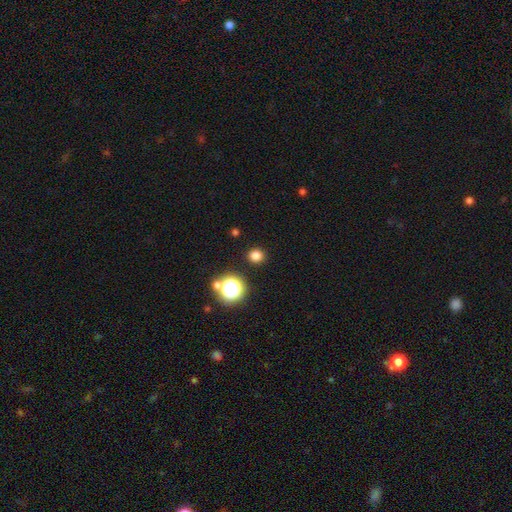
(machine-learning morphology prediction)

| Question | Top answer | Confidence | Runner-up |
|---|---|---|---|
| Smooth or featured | smooth | 78% | star or artifact (18%) |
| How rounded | round | 89% | in between (10%) |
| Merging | none | 91% | minor disturbance (5%) |